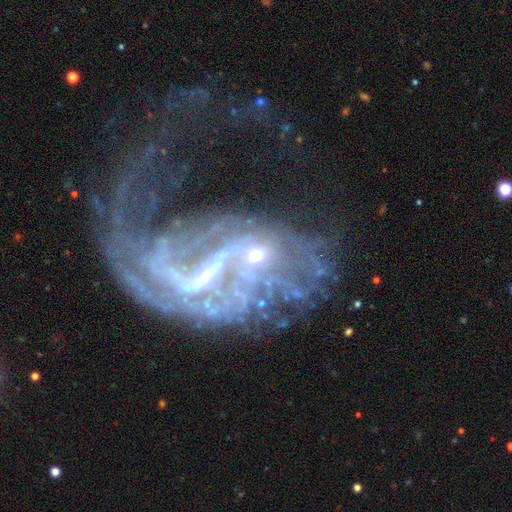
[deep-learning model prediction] This appears to be a featured or disk galaxy (74%) with no bar (40%), medium (36%) spiral arms (78%) and a small central bulge (52%). Merging: merger (45%).